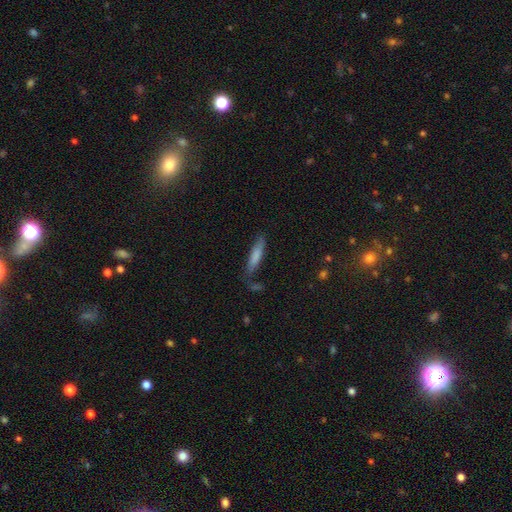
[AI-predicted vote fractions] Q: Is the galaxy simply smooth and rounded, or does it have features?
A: smooth — 77%.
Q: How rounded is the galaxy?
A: cigar-shaped — 80%.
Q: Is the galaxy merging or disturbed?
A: none — 69%.